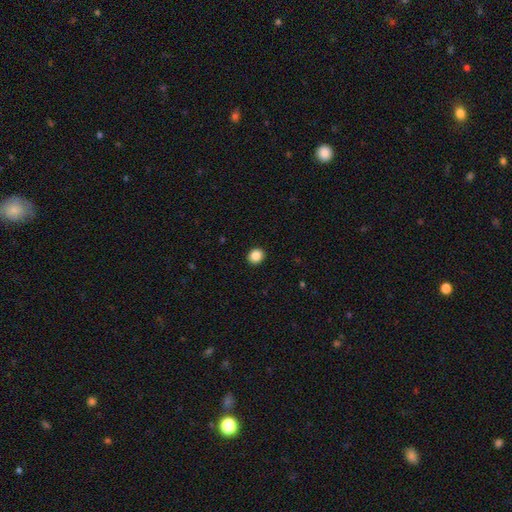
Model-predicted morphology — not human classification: This appears to be a smooth galaxy with no disk features (87%) that is round (72%). Merging: none (92%).